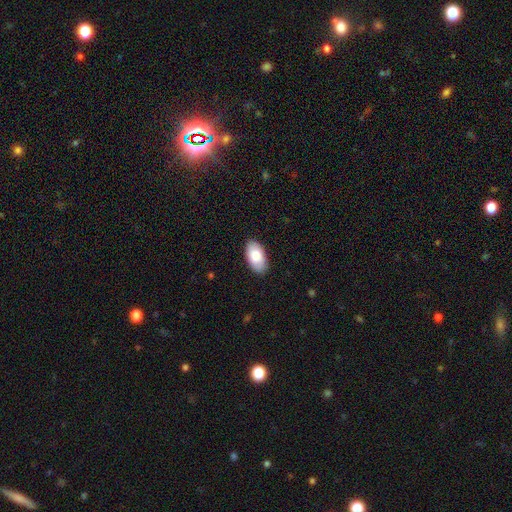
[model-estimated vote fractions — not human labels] Morphology: type=smooth (85%); roundness=in between (96%); merging=none (87%).